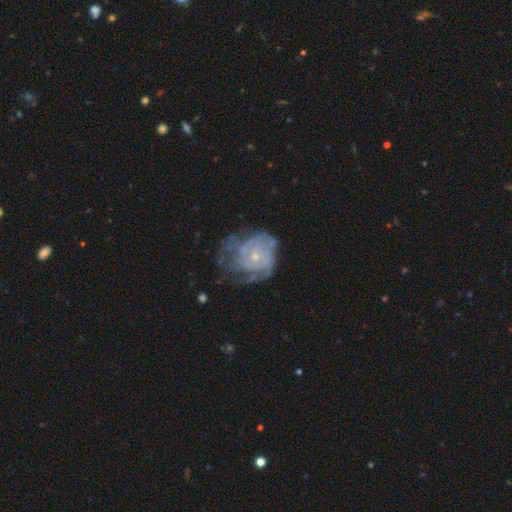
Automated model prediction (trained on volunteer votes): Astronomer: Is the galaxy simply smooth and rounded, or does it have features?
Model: featured or disk — 77%.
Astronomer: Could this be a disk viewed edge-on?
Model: no — 98%.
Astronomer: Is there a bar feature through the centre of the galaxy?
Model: no — 83%.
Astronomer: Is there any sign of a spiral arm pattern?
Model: yes — 82%.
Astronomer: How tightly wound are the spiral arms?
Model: tight — 64%.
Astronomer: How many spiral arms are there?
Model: can't tell — 48%.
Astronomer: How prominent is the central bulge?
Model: small — 73%.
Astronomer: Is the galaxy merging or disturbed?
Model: none — 42% (runner-up: major disturbance, 29%).